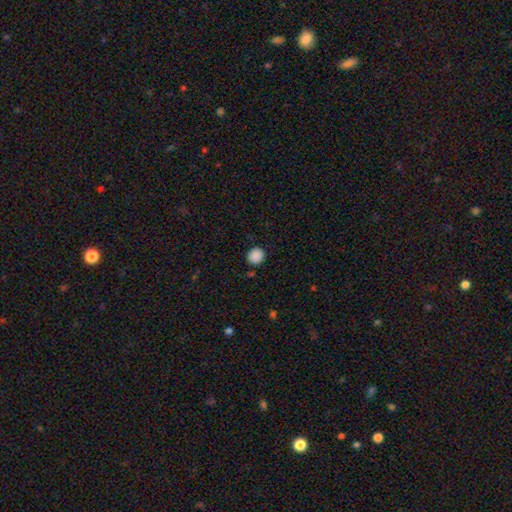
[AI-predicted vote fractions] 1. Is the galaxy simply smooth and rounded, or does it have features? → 89% smooth, 9% star or artifact, 2% featured or disk.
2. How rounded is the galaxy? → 80% round, 19% in between, 1% cigar-shaped.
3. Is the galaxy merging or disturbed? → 86% none, 10% minor disturbance, 3% major disturbance, 2% merger.